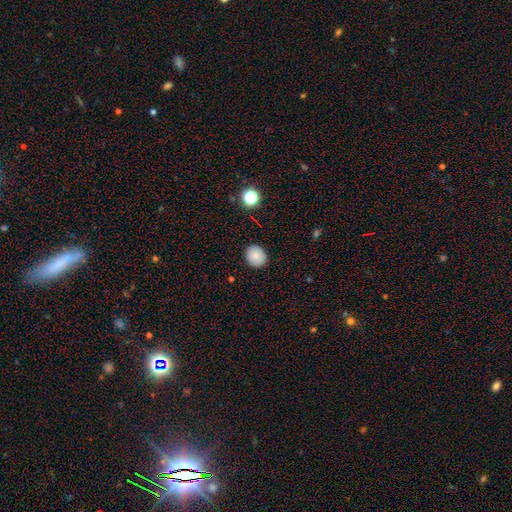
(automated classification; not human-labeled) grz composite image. It shows a smooth galaxy with no disk features (85%) that is round (75%). Merging: none (88%).